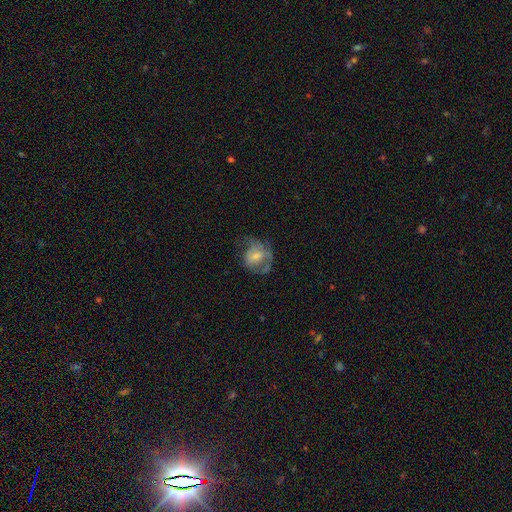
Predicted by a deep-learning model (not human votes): Smooth or featured?
  - smooth: 47% *
  - featured or disk: 45%
  - star or artifact: 8%
Merging?
  - none: 41% *
  - major disturbance: 32%
  - minor disturbance: 25%
  - merger: 2%